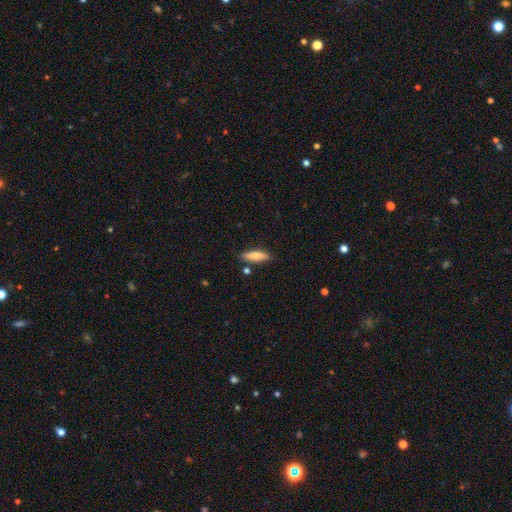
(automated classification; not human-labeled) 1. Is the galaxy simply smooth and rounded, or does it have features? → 71% smooth, 23% featured or disk, 6% star or artifact.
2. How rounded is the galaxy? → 64% cigar-shaped, 34% in between, 2% round.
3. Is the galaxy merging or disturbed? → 82% none, 11% minor disturbance, 4% merger, 2% major disturbance.